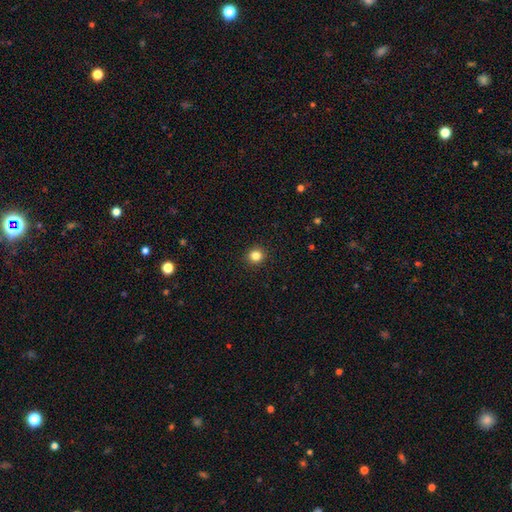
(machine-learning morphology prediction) Smooth or featured: smooth — 84% (star or artifact — 12%)
How rounded: round — 91% (in between — 8%)
Merging: none — 93% (minor disturbance — 5%)